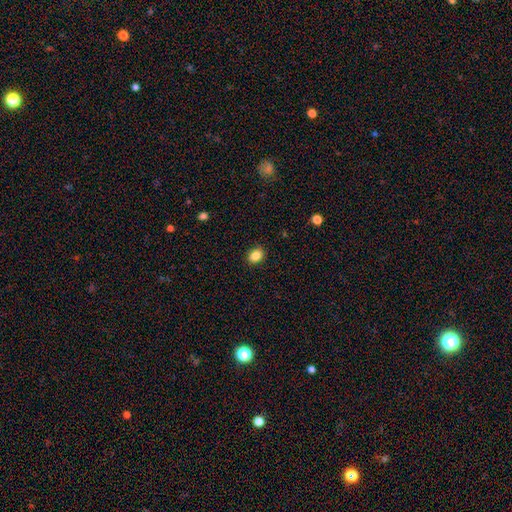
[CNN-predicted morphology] Q: Smooth or featured?
A: smooth (85%); runner-up: star or artifact (10%)
Q: How rounded?
A: in between (54%); runner-up: round (45%)
Q: Merging?
A: none (89%); runner-up: minor disturbance (8%)